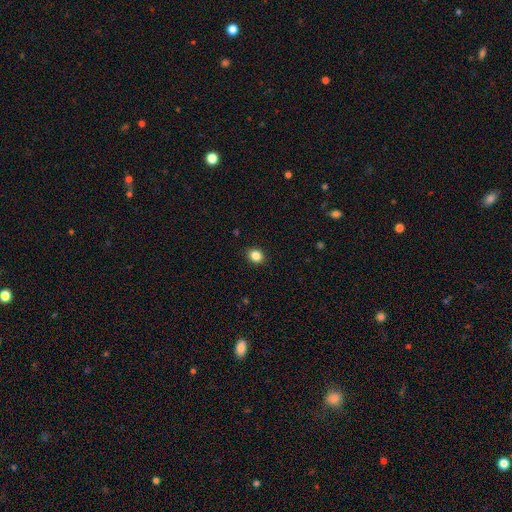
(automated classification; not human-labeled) A smooth galaxy with no disk features (85%) that is round (67%). Merging: none (92%).